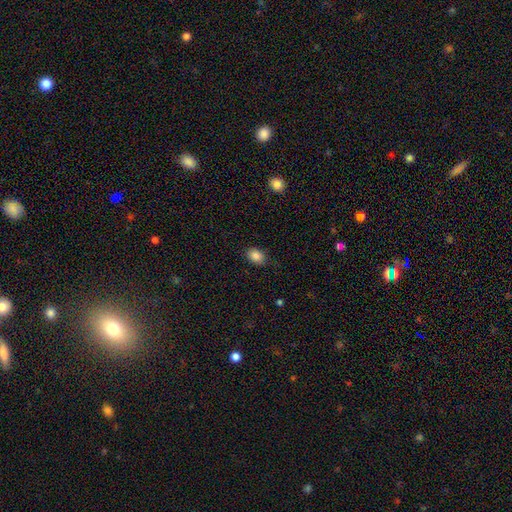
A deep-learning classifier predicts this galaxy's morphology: A smooth galaxy with no disk features (86%) that is in between round and cigar-shaped (73%).

Vote fractions:
- Smooth or featured? smooth: 86% / star or artifact: 9% / featured or disk: 4%
- How rounded? in between: 73% / round: 26% / cigar-shaped: 1%
- Merging? none: 83% / minor disturbance: 13% / major disturbance: 3% / merger: 1%